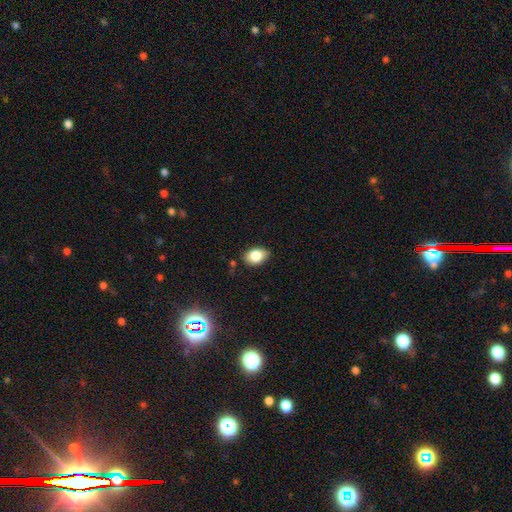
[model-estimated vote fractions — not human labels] Smooth or featured? Predicted: smooth (p=0.82). How rounded? Predicted: in between (p=0.86). Merging? Predicted: none (p=0.82).